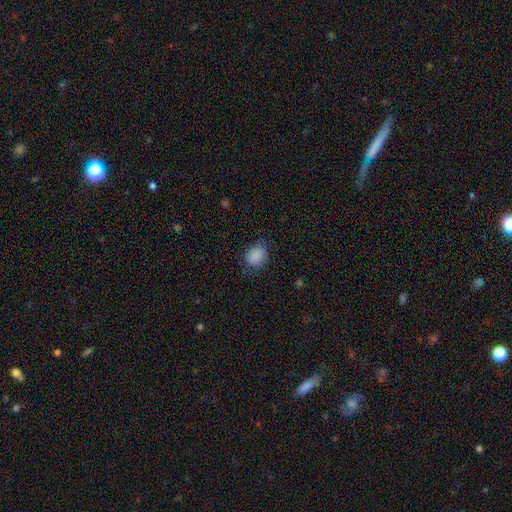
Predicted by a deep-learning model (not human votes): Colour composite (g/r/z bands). It shows a smooth galaxy with no disk features (87%) that is in between round and cigar-shaped (57%). Merging: none (74%).